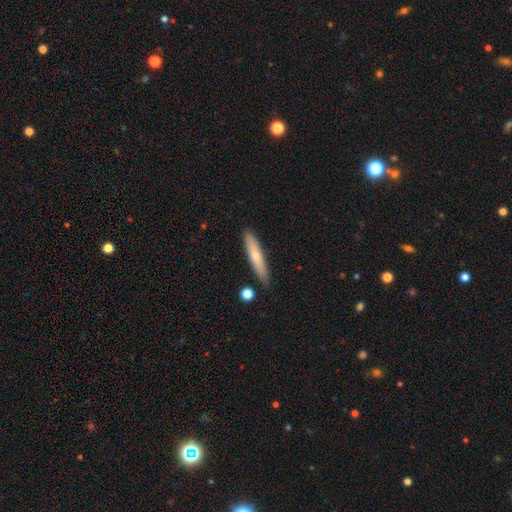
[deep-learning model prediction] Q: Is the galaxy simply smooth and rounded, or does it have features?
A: smooth — 62%.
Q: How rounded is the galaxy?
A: cigar-shaped — 89%.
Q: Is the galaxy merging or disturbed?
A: none — 85%.